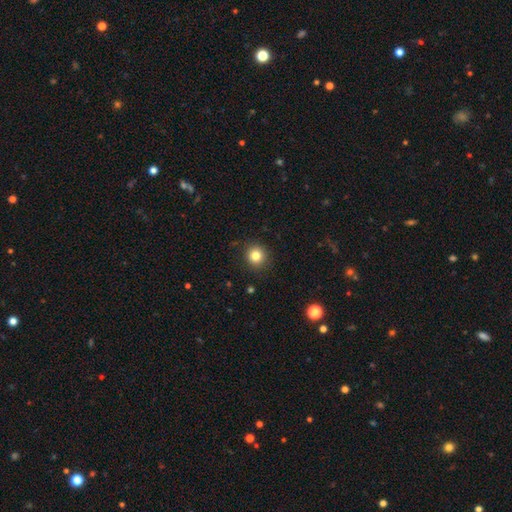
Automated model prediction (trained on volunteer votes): Overall: smooth (82%). How rounded: round (92%). Merging: none (91%).